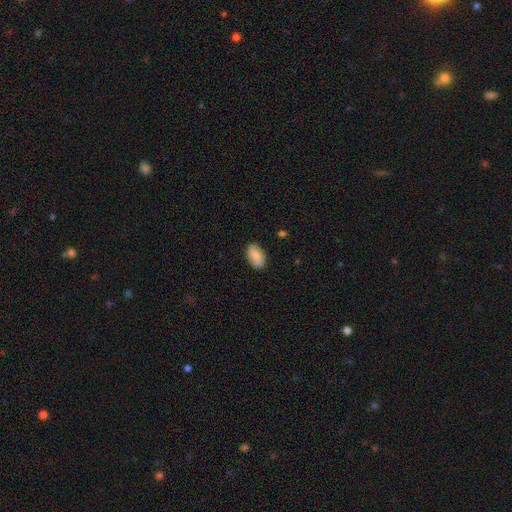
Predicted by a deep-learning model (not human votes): Smooth or featured?
  - smooth: 74% *
  - featured or disk: 19%
  - star or artifact: 7%
How rounded?
  - in between: 92% *
  - round: 6%
  - cigar-shaped: 2%
Merging?
  - none: 83% *
  - minor disturbance: 13%
  - major disturbance: 3%
  - merger: 1%